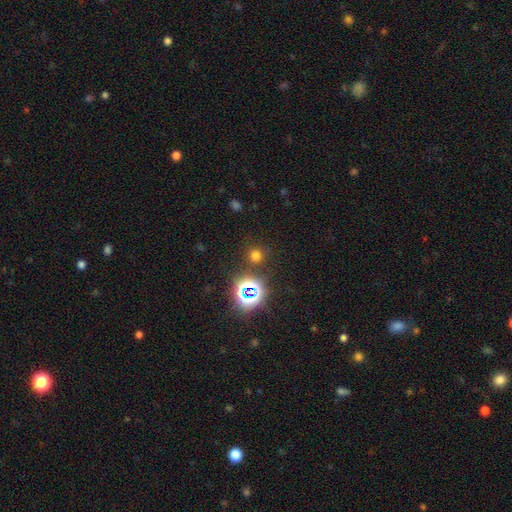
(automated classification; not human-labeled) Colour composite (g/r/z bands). It shows a smooth galaxy with no disk features (63%) that is round (90%). Merging: none (84%).